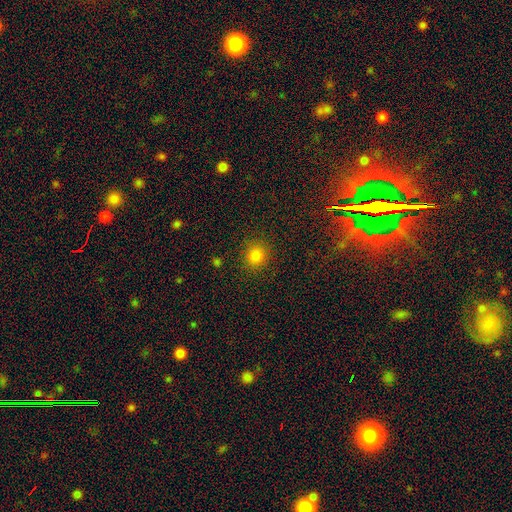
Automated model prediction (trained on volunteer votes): Smooth or featured: smooth — 83% (star or artifact — 13%)
How rounded: round — 86% (in between — 13%)
Merging: none — 88% (minor disturbance — 7%)